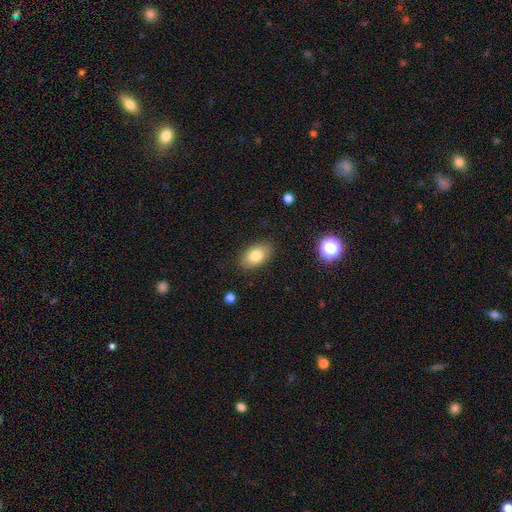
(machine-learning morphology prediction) Smooth or featured? Predicted: smooth (p=0.79). How rounded? Predicted: in between (p=0.91). Merging? Predicted: none (p=0.86).